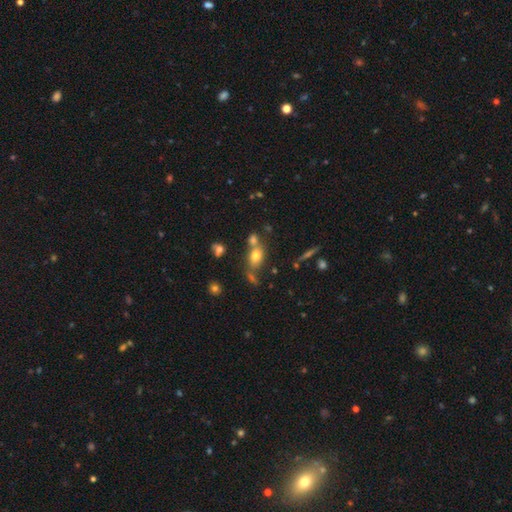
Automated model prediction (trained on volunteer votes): Smooth or featured?
  - smooth: 70% *
  - featured or disk: 16%
  - star or artifact: 14%
How rounded?
  - in between: 71% *
  - round: 25%
  - cigar-shaped: 4%
Merging?
  - none: 50% *
  - merger: 31%
  - minor disturbance: 13%
  - major disturbance: 6%